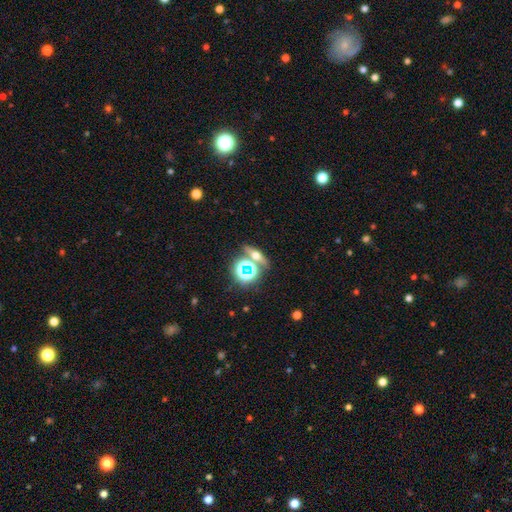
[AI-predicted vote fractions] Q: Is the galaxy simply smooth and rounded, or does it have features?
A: featured or disk — 37%.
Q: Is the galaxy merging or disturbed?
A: none — 74%.